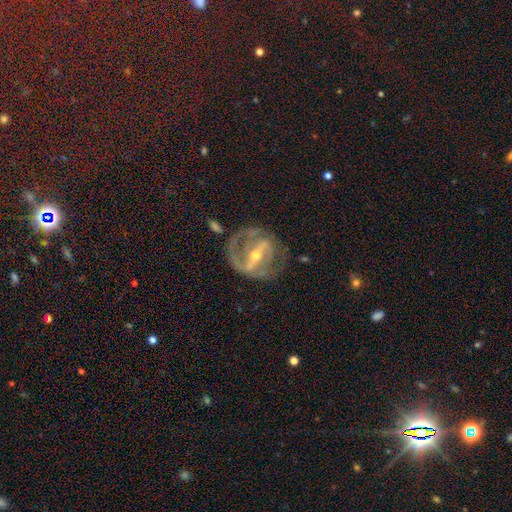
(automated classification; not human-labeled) A featured or disk galaxy (88%) with a strong bar (70%), 2 (73%) medium (47%) spiral arms (89%) and a small central bulge (53%).

Vote fractions:
- Smooth or featured? featured or disk: 88% / smooth: 6% / star or artifact: 6%
- Edge-on disk? no: 95% / yes: 5%
- Bar? strong: 70% / weak: 22% / no: 8%
- Spiral arms? yes: 89% / no: 11%
- Spiral winding? medium: 47% / tight: 34% / loose: 19%
- Spiral arm count? 2: 73% / can't tell: 10% / 1: 10% / 3: 4% / 4: 1% / more than 4: 1%
- Bulge size? small: 53% / moderate: 44% / large: 2% / none: 1% / dominant: 1%
- Merging? none: 59% / minor disturbance: 19% / major disturbance: 19% / merger: 3%